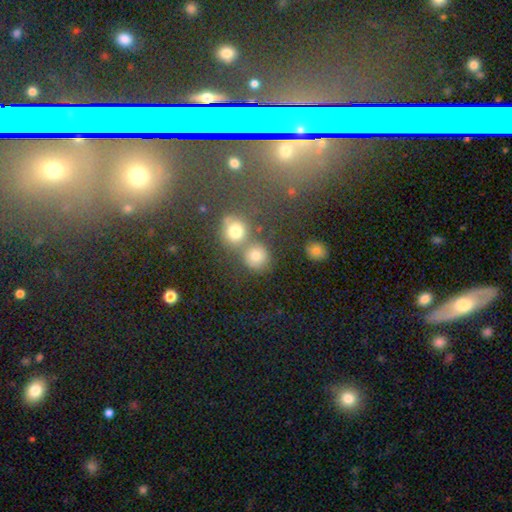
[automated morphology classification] Overall: smooth (76%). How rounded: round (88%). Merging: none (58%; merger 30%).